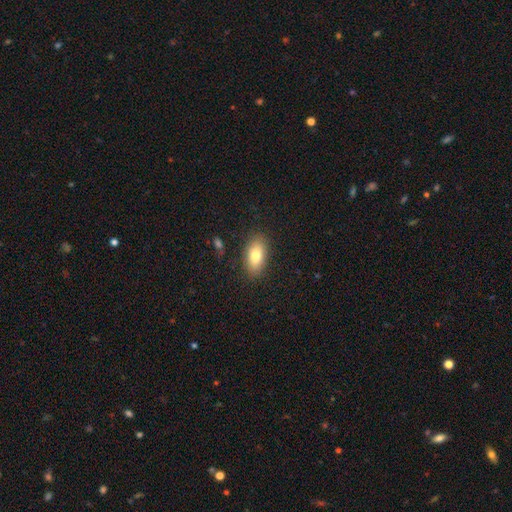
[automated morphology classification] Smooth or featured? smooth (80%)
How rounded? in between (90%)
Merging? none (85%)